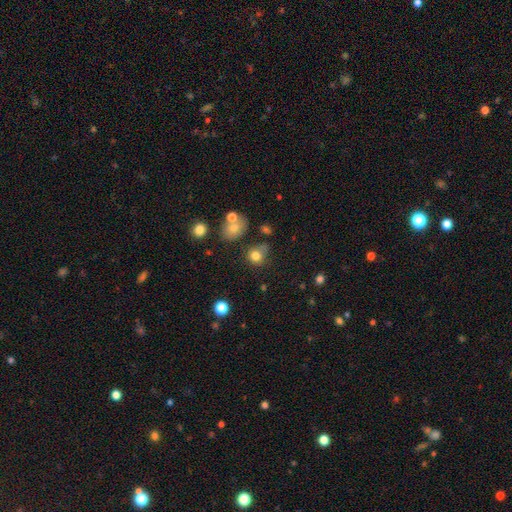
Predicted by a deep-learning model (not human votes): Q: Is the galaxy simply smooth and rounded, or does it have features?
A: smooth — 79%.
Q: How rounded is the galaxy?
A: round — 76%.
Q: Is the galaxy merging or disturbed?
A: none — 58%.